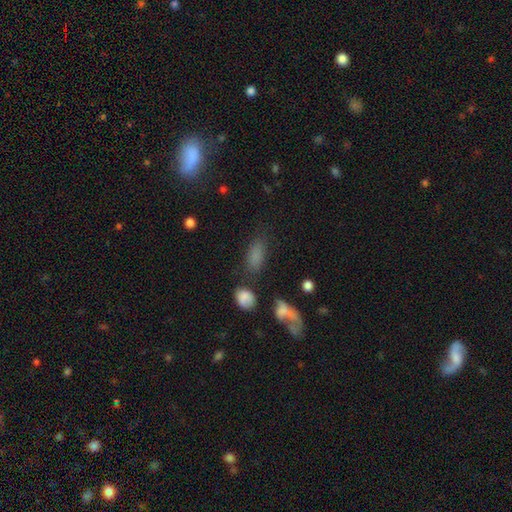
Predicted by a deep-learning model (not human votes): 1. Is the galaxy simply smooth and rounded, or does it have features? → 77% smooth, 13% star or artifact, 10% featured or disk.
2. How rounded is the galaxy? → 79% in between, 15% cigar-shaped, 6% round.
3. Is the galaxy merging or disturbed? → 59% none, 19% minor disturbance, 12% major disturbance, 10% merger.